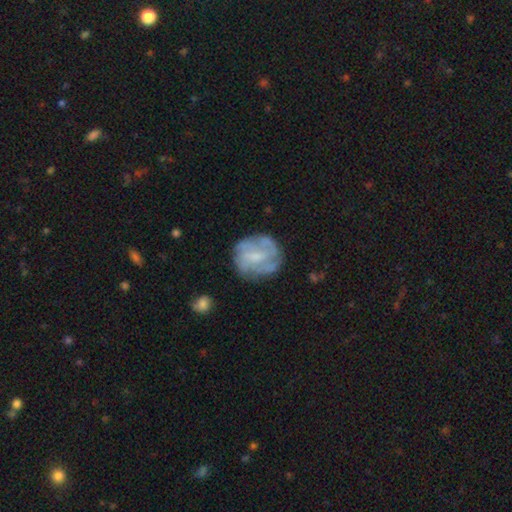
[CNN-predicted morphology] smooth-or-featured: featured or disk: 61% | smooth: 32% | star or artifact: 7%
  disk-edge-on: no: 98% | yes: 2%
    bar: no: 46% | weak: 44% | strong: 10%
    has-spiral-arms: yes: 63% | no: 37%
    bulge-size: small: 39% | moderate: 30% | none: 28% | large: 3% | dominant: 1%
  merging: none: 69% | minor disturbance: 19% | major disturbance: 10% | merger: 2%